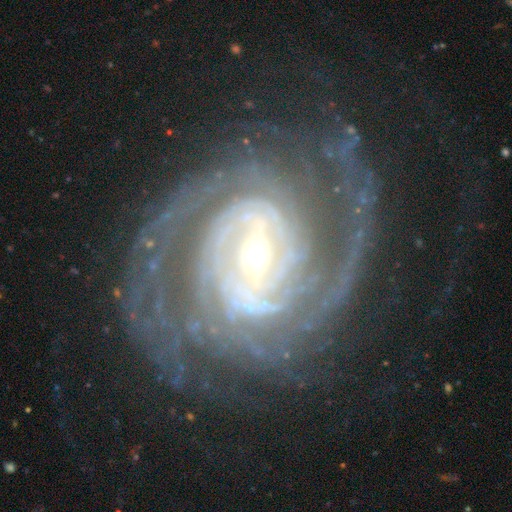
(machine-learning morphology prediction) Smooth or featured? featured or disk (92%)
Edge-on disk? no (97%)
Bar? strong (41%, tied with weak)
Spiral arms? yes (98%)
Spiral winding? tight (67%)
Spiral arm count? 2 (35%)
Bulge size? small (62%)
Merging? none (72%)